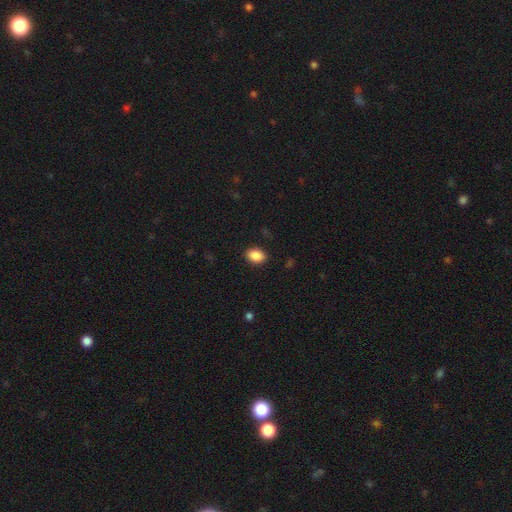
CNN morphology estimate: Smooth or featured: smooth — 89% (star or artifact — 8%)
How rounded: in between — 80% (round — 18%)
Merging: none — 89% (minor disturbance — 8%)